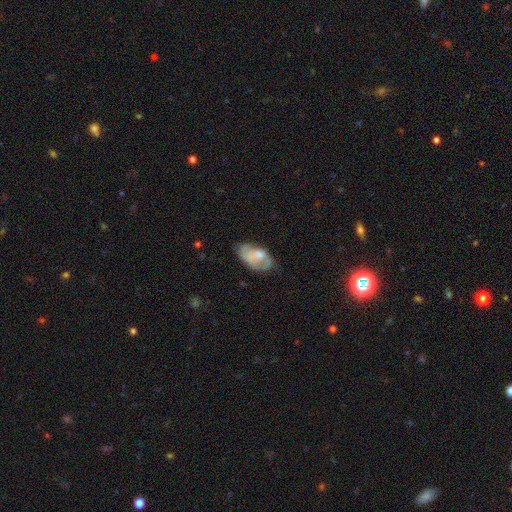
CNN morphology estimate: Q: Smooth or featured?
A: smooth (51%); runner-up: featured or disk (42%)
Q: How rounded?
A: in between (92%); runner-up: round (6%)
Q: Merging?
A: none (44%); runner-up: minor disturbance (32%)